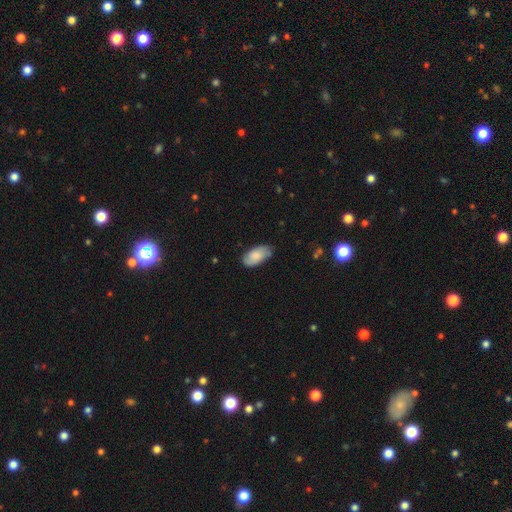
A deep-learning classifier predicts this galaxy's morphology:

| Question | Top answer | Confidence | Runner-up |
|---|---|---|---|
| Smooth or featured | smooth | 74% | featured or disk (20%) |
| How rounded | in between | 94% | cigar-shaped (3%) |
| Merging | none | 74% | minor disturbance (21%) |